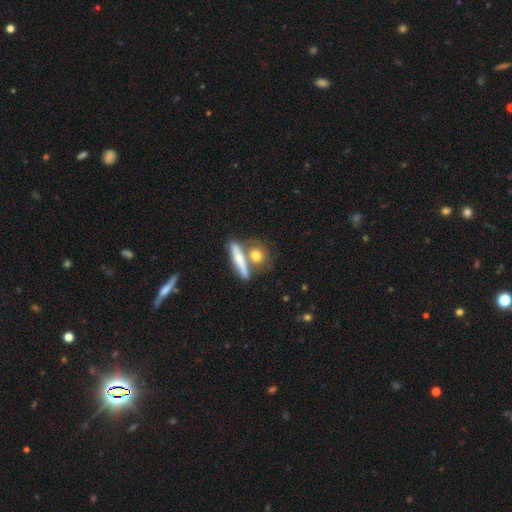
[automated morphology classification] Smooth or featured? smooth (72%)
How rounded? round (42%)
Merging? none (54%)